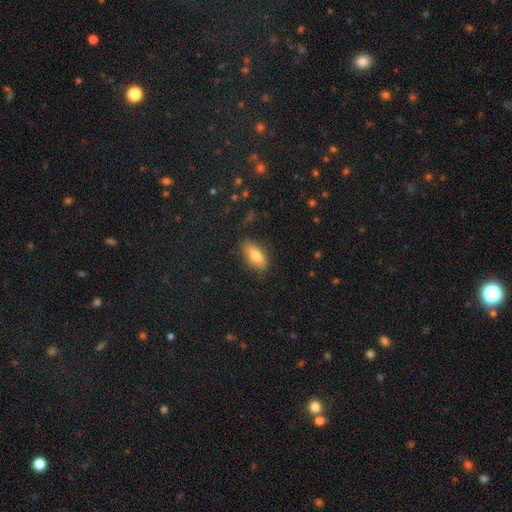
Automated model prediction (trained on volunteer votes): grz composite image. It shows a smooth galaxy with no disk features (74%) that is in between round and cigar-shaped (78%). Merging: none (82%).